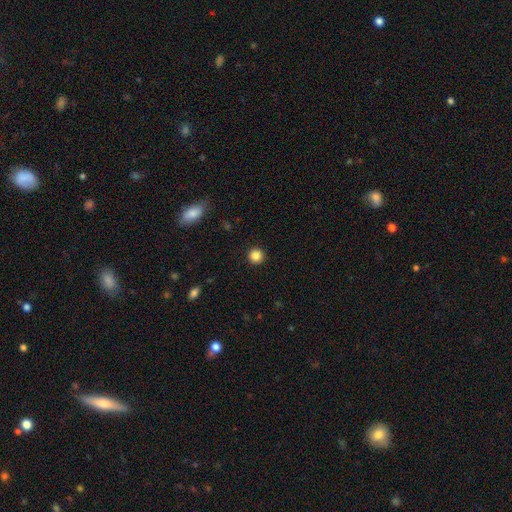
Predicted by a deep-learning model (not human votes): smooth-or-featured: smooth: 85% | star or artifact: 11% | featured or disk: 4%
  how-rounded: round: 95% | in between: 4% | cigar-shaped: 1%
  merging: none: 93% | minor disturbance: 4% | major disturbance: 2% | merger: 1%